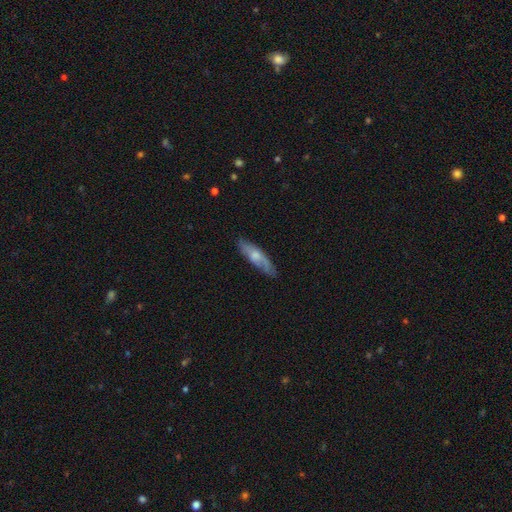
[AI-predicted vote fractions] Morphology: type=smooth (50%); roundness=cigar-shaped (59%); merging=none (74%).